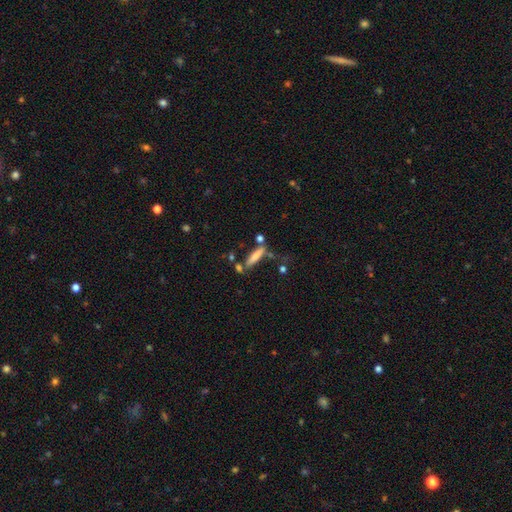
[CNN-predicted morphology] smooth-or-featured: smooth: 69% | featured or disk: 23% | star or artifact: 8%
  how-rounded: cigar-shaped: 80% | in between: 18% | round: 2%
  merging: none: 61% | minor disturbance: 18% | merger: 14% | major disturbance: 8%